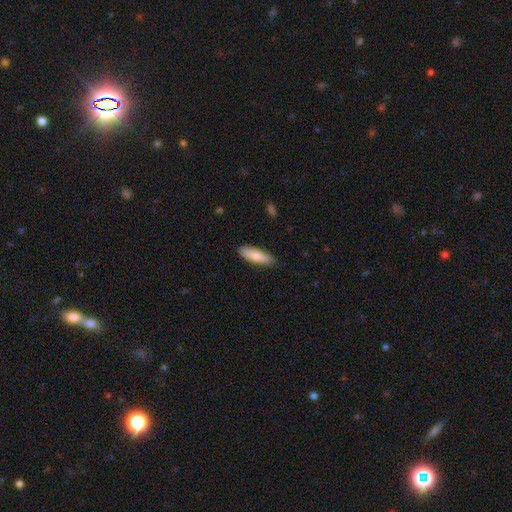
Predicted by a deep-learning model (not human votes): smooth_or_featured: smooth (p=0.80) [alt: featured or disk p=0.14]
how_rounded: cigar-shaped (p=0.61) [alt: in between p=0.37]
merging: none (p=0.86) [alt: minor disturbance p=0.11]